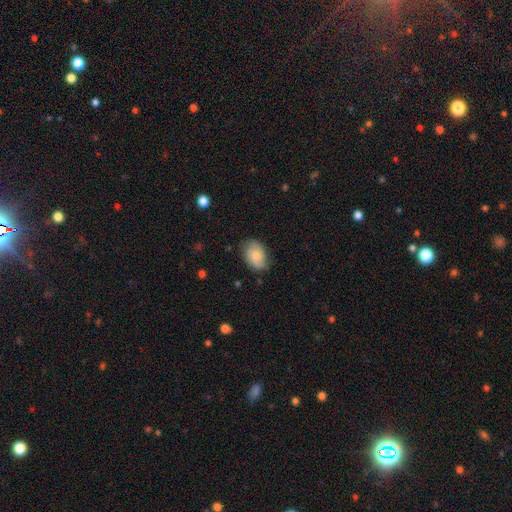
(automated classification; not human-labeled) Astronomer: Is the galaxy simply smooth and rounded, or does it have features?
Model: smooth — 71%.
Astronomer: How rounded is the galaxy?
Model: in between — 82%.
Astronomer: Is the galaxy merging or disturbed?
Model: none — 70%.